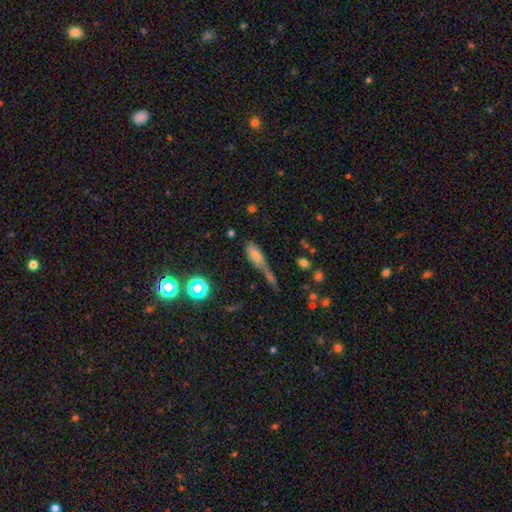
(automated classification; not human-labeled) Smooth or featured? smooth (68%)
How rounded? in between (77%)
Merging? merger (41%)